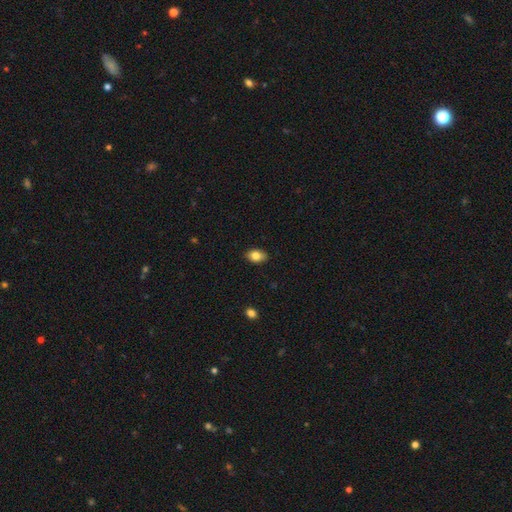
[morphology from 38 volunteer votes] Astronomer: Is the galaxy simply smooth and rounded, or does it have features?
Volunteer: smooth — 89%.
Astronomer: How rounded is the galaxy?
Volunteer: in between — 91%.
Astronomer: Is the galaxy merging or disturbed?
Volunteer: none — 86%.